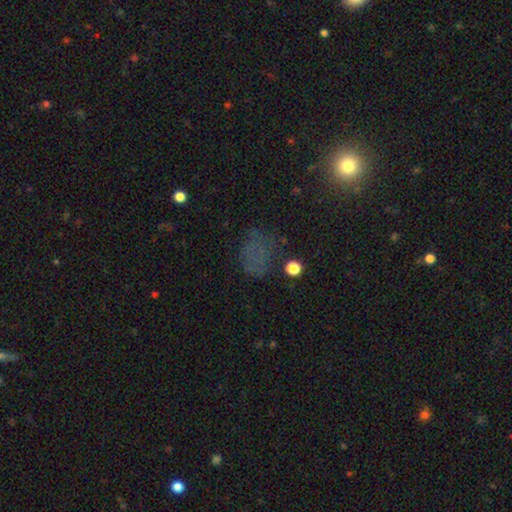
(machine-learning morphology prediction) smooth_or_featured: smooth (p=0.49) [alt: star or artifact p=0.37]
merging: none (p=0.62) [alt: minor disturbance p=0.18]